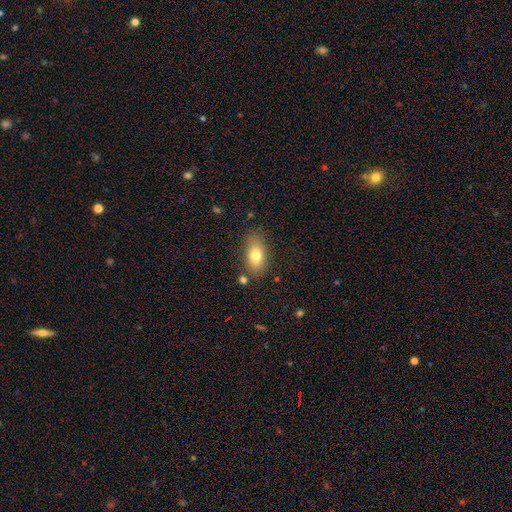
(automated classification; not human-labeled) Smooth or featured?
  - smooth: 76% *
  - featured or disk: 15%
  - star or artifact: 9%
How rounded?
  - in between: 88% *
  - round: 8%
  - cigar-shaped: 5%
Merging?
  - none: 77% *
  - minor disturbance: 15%
  - merger: 4%
  - major disturbance: 4%